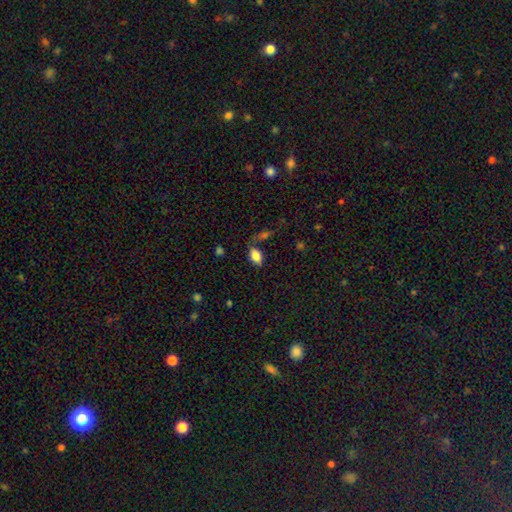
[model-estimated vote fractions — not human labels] The model was most divided on "merging": none: 65%, minor disturbance: 19%, merger: 10%, major disturbance: 6%. More confident: how rounded — in between (91%); smooth or featured — smooth (83%).